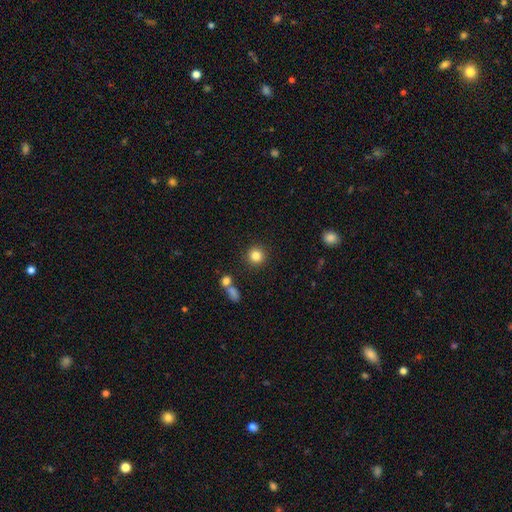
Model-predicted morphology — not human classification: Smooth or featured? smooth (83%)
How rounded? round (94%)
Merging? none (88%)